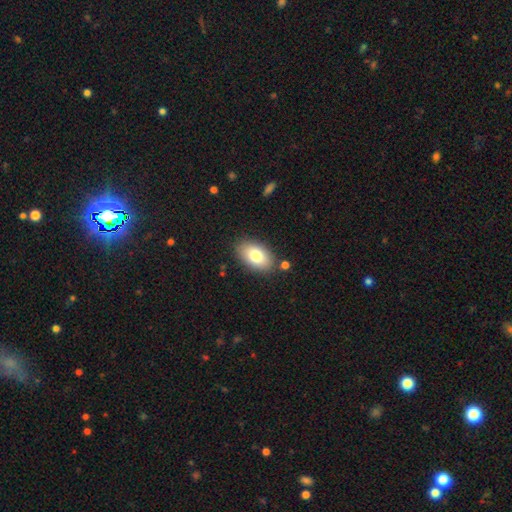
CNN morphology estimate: This appears to be a smooth galaxy with no disk features (80%) that is in between round and cigar-shaped (92%). Merging: none (84%).